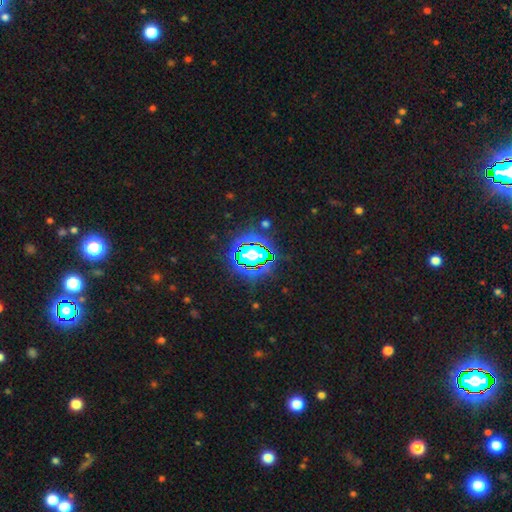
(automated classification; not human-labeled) Overall: star or artifact (79%).